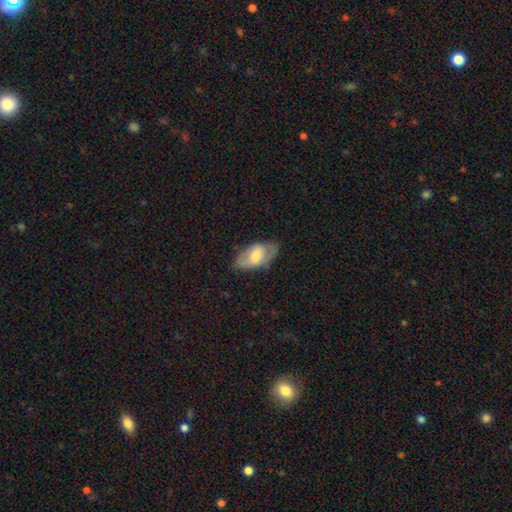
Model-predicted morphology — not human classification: Q: Smooth or featured?
A: smooth (47%); tied with: featured or disk (47%)
Q: Merging?
A: none (68%); runner-up: minor disturbance (22%)